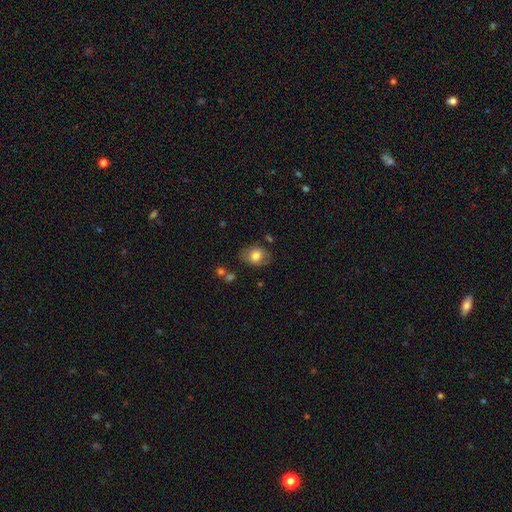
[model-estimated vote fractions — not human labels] A smooth galaxy with no disk features (74%) that is in between round and cigar-shaped (68%). Merging: none (74%).